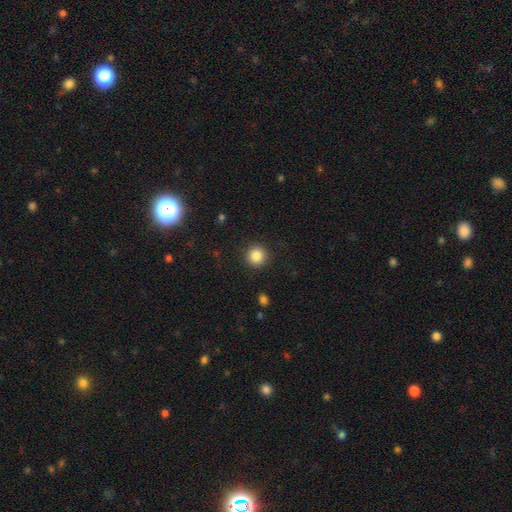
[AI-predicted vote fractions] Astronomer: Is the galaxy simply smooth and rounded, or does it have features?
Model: smooth — 85%.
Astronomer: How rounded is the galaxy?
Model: round — 94%.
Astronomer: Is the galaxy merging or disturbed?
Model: none — 91%.